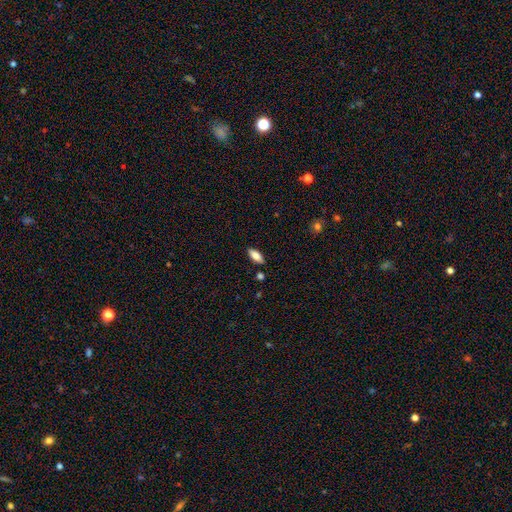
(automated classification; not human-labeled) A smooth galaxy with no disk features (79%) that is in between round and cigar-shaped (80%). Merging: none (86%).